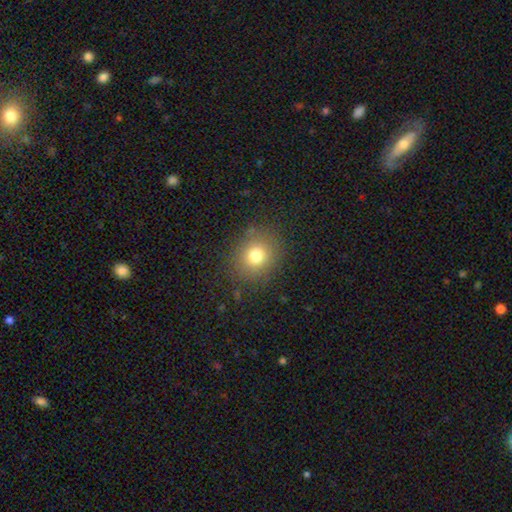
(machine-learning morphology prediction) smooth 76%, star or artifact 14%, featured or disk 10%. Down the decision tree: how rounded — round (76%); merging — none (85%).